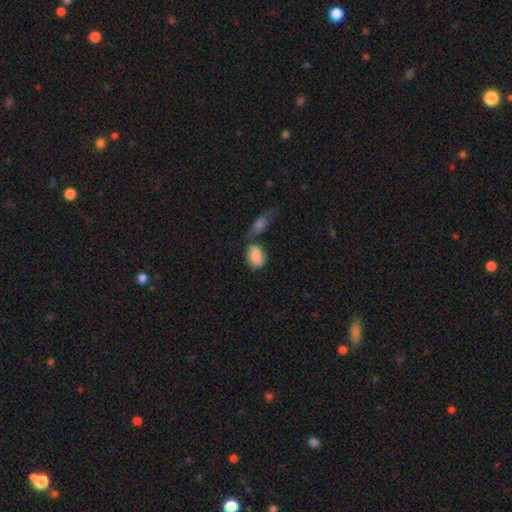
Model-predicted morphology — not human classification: Smooth or featured: smooth — 85% (featured or disk — 8%)
How rounded: in between — 85% (round — 14%)
Merging: none — 47% (merger — 27%)